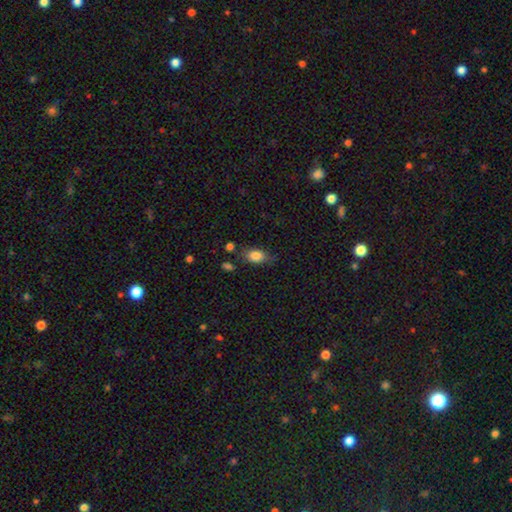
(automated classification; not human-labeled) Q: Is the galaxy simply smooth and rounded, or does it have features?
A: smooth — 83%.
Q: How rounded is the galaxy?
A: in between — 82%.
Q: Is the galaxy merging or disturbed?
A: none — 67%.